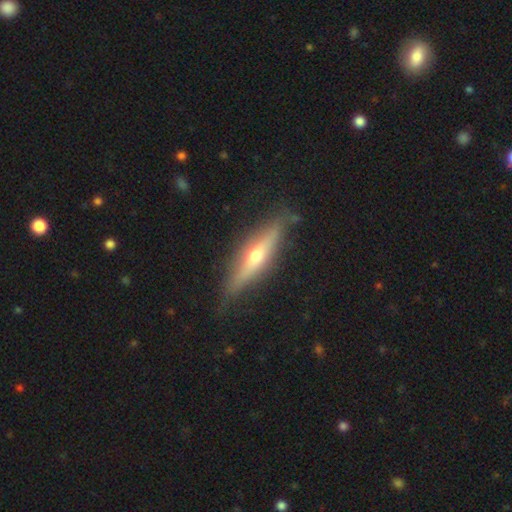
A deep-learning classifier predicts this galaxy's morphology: Smooth or featured: featured or disk — 71% (smooth — 23%)
Edge-on disk: yes — 94% (no — 6%)
Edge-on bulge: rounded — 91% (none — 6%)
Merging: none — 84% (minor disturbance — 12%)